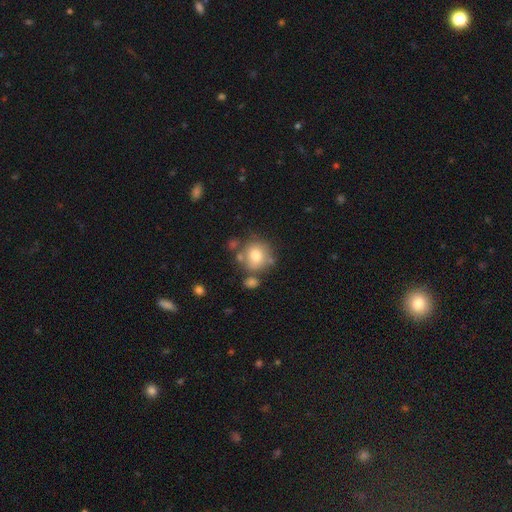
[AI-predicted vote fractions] Smooth or featured: smooth — 73% (featured or disk — 16%)
How rounded: round — 87% (in between — 12%)
Merging: none — 64% (minor disturbance — 16%)